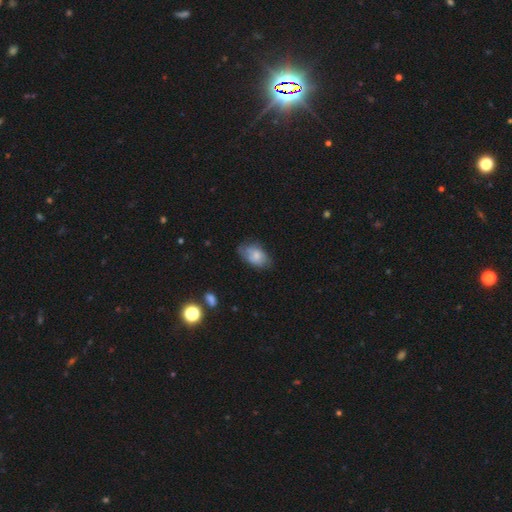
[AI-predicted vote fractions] Smooth or featured? smooth (65%)
How rounded? in between (90%)
Merging? none (58%)